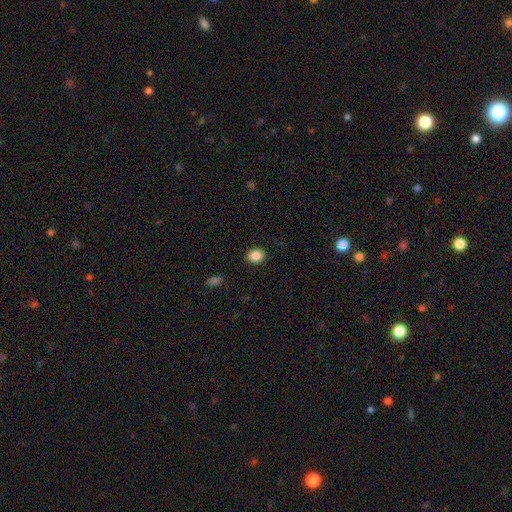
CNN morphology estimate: This is clearly a smooth galaxy (88%). How rounded: possibly round (57%). Merging: clearly none (90%).